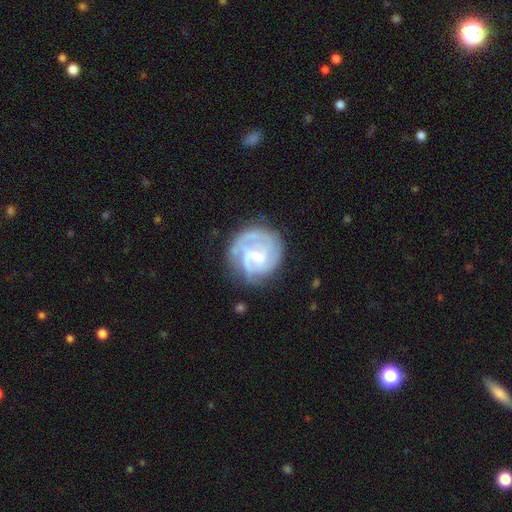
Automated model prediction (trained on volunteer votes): smooth-or-featured: featured or disk: 72% | smooth: 22% | star or artifact: 6%
  disk-edge-on: no: 98% | yes: 2%
    bar: weak: 54% | no: 32% | strong: 14%
    has-spiral-arms: yes: 82% | no: 18%
      spiral-winding: tight: 51% | medium: 35% | loose: 14%
      spiral-arm-count: can't tell: 35% | 2: 29% | 3: 16% | 1: 13% | 4: 4% | more than 4: 3%
    bulge-size: small: 42% | moderate: 37% | none: 15% | large: 5% | dominant: 1%
  merging: none: 59% | minor disturbance: 22% | major disturbance: 16% | merger: 3%